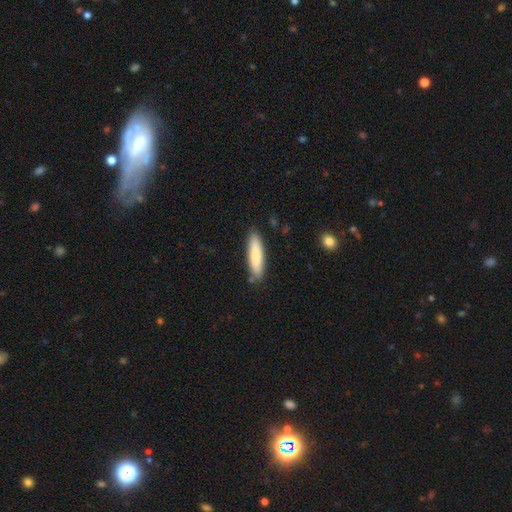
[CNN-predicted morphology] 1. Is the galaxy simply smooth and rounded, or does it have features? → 81% smooth, 14% featured or disk, 5% star or artifact.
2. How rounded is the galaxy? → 79% cigar-shaped, 20% in between, 1% round.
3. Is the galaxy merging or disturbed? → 85% none, 11% minor disturbance, 2% merger, 2% major disturbance.